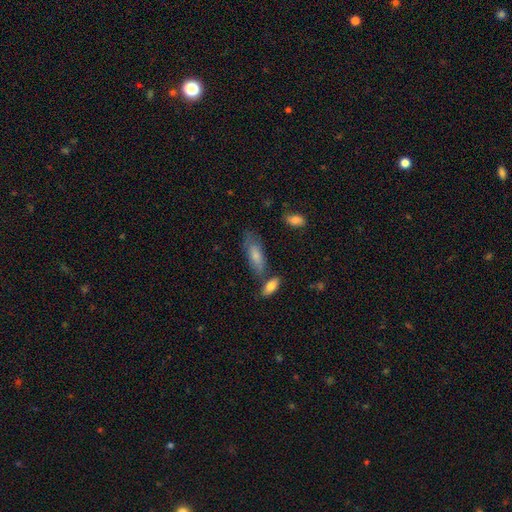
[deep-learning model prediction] A smooth galaxy with no disk features (74%) that is in between round and cigar-shaped (69%).

Vote fractions:
- Smooth or featured? smooth: 74% / featured or disk: 19% / star or artifact: 7%
- How rounded? in between: 69% / cigar-shaped: 29% / round: 2%
- Merging? none: 56% / minor disturbance: 25% / merger: 11% / major disturbance: 8%